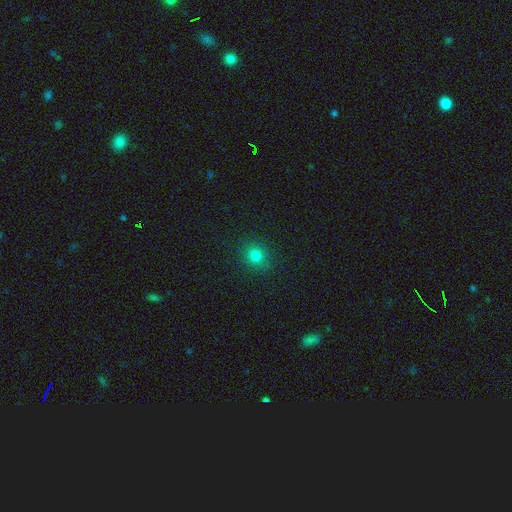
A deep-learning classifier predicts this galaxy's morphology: Q: Smooth or featured?
A: smooth (79%); runner-up: star or artifact (15%)
Q: How rounded?
A: round (81%); runner-up: in between (18%)
Q: Merging?
A: none (89%); runner-up: minor disturbance (7%)